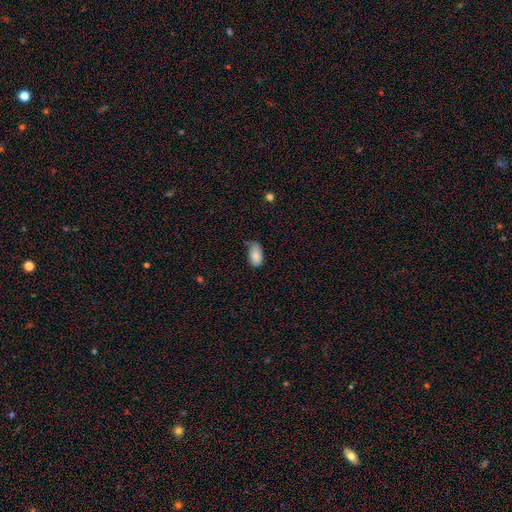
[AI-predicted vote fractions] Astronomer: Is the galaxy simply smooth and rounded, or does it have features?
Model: smooth — 85%.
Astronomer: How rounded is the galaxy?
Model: in between — 94%.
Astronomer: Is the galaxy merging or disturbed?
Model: none — 55% (runner-up: minor disturbance, 36%).